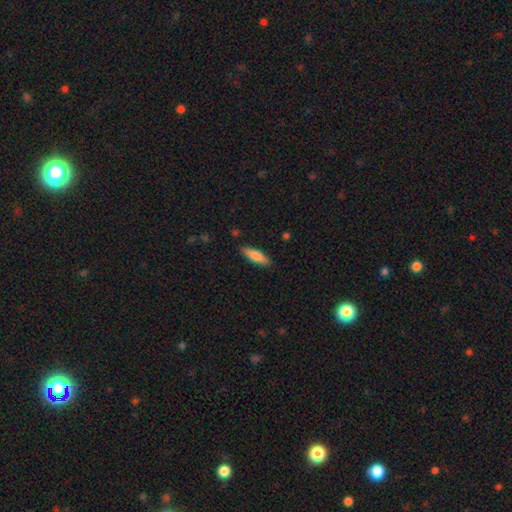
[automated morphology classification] A smooth galaxy with no disk features (76%) that is cigar-shaped (57%). Merging: none (88%).